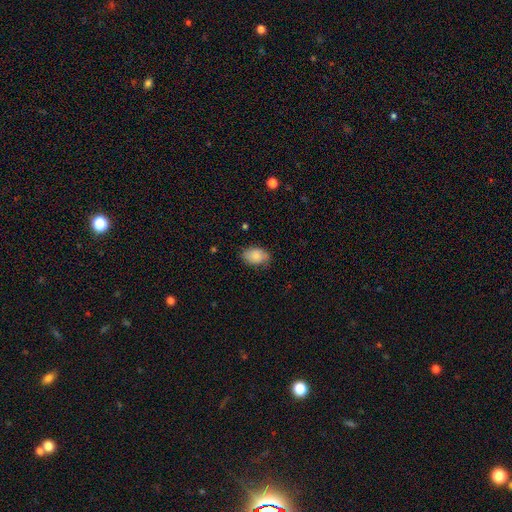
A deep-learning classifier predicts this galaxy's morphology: Smooth or featured? Predicted: smooth (p=0.83). How rounded? Predicted: in between (p=0.87). Merging? Predicted: none (p=0.76).